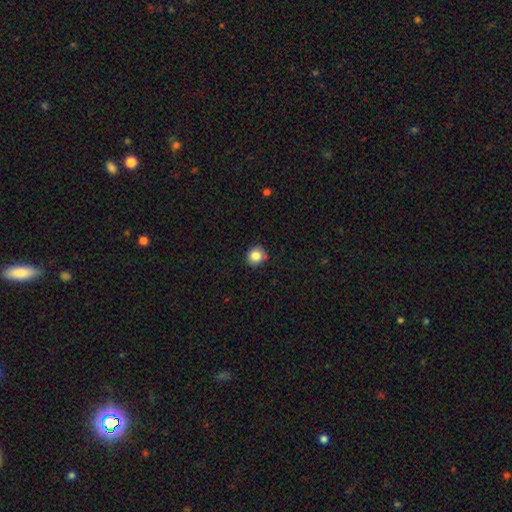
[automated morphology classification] Smooth or featured? Predicted: smooth (p=0.84). How rounded? Predicted: round (p=0.85). Merging? Predicted: none (p=0.83).